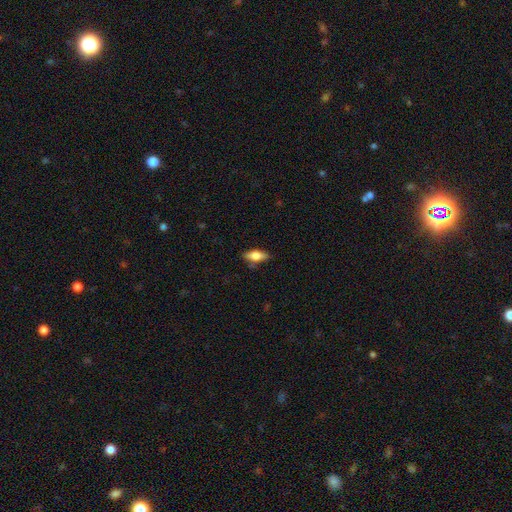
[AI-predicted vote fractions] Overall: smooth (61%; featured or disk 32%). How rounded: in between (71%). Merging: none (79%).